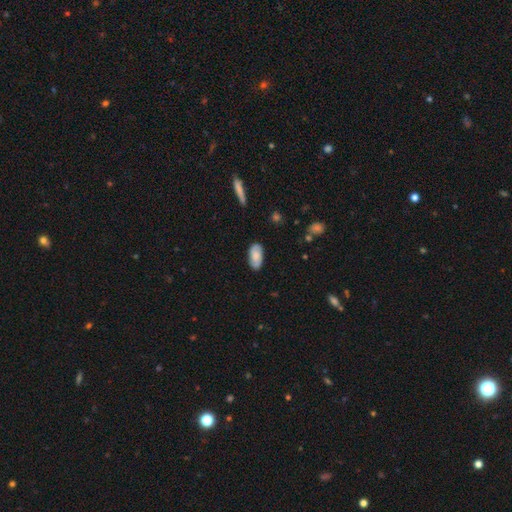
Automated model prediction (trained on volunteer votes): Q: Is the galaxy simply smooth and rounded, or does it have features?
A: smooth — 65%.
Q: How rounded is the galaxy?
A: in between — 93%.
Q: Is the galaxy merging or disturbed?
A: none — 83%.